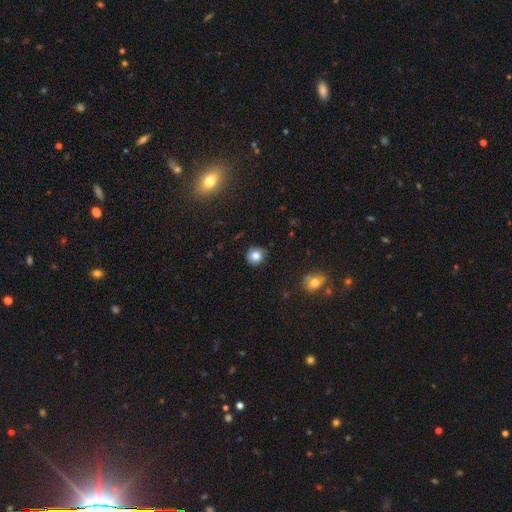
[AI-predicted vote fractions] smooth-or-featured: smooth: 81% | star or artifact: 11% | featured or disk: 8%
  how-rounded: round: 84% | in between: 15% | cigar-shaped: 1%
  merging: none: 84% | minor disturbance: 12% | major disturbance: 2% | merger: 1%